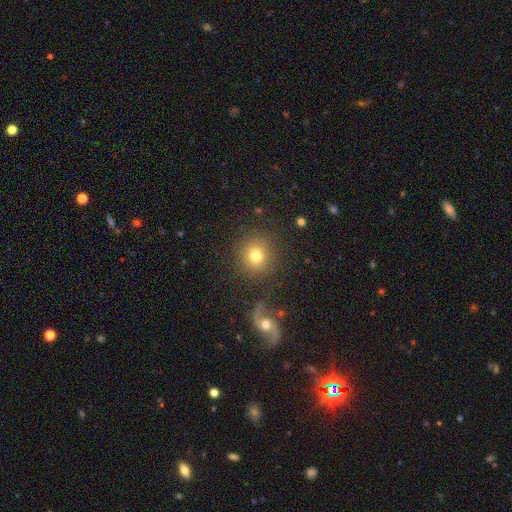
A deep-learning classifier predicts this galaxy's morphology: type=smooth (74%); roundness=round (90%); merging=none (84%).